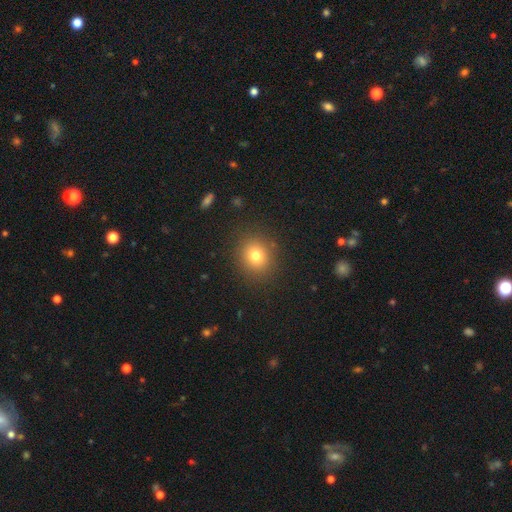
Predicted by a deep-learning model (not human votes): This appears to be a smooth galaxy with no disk features (77%) that is round (79%). Merging: none (88%).